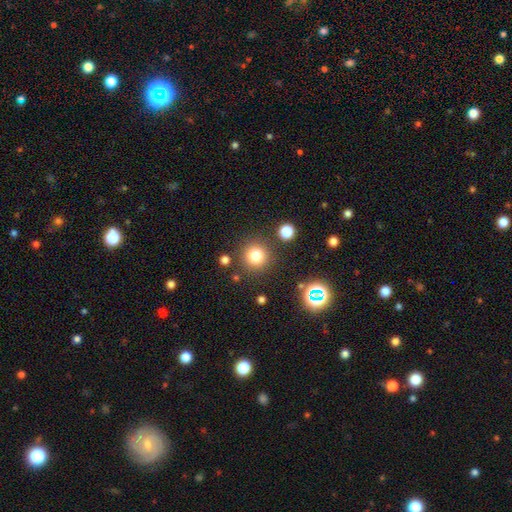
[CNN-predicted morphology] Overall: smooth (78%). How rounded: round (94%). Merging: none (86%).